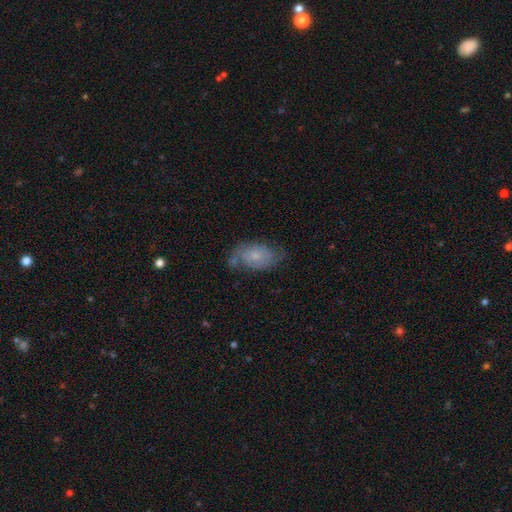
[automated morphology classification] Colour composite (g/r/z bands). It shows a featured or disk galaxy (52%). Merging: none (55%).